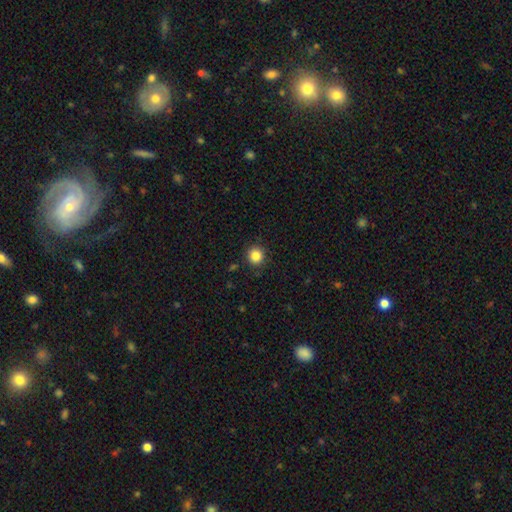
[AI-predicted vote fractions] smooth 85%, star or artifact 11%, featured or disk 4%. Down the decision tree: how rounded — round (93%); merging — none (90%).